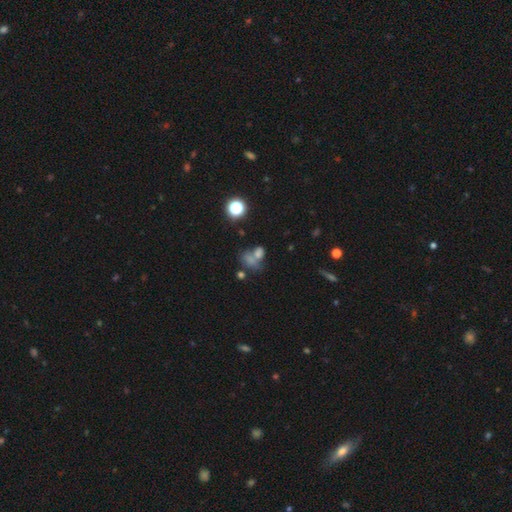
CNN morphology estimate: A smooth galaxy with no disk features (64%) that is in between round and cigar-shaped (60%). Merging: merger (48%).